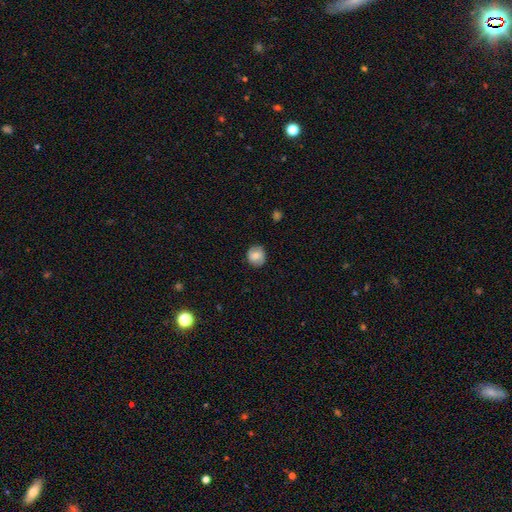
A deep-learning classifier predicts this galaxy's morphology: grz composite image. It shows a smooth galaxy with no disk features (75%) that is round (82%). Merging: none (84%).